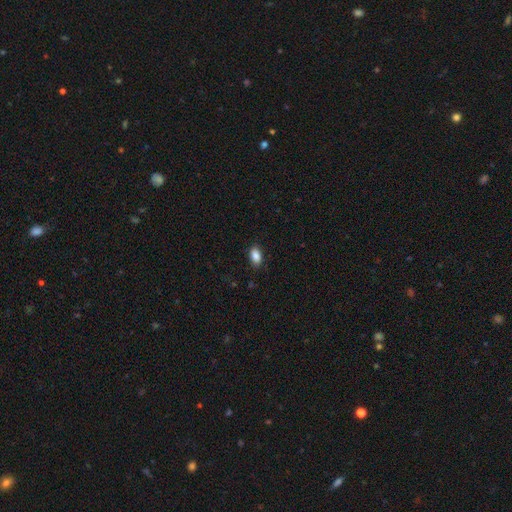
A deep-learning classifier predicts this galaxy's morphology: Q: Smooth or featured?
A: smooth (88%); runner-up: star or artifact (8%)
Q: How rounded?
A: in between (91%); runner-up: round (7%)
Q: Merging?
A: none (86%); runner-up: minor disturbance (11%)